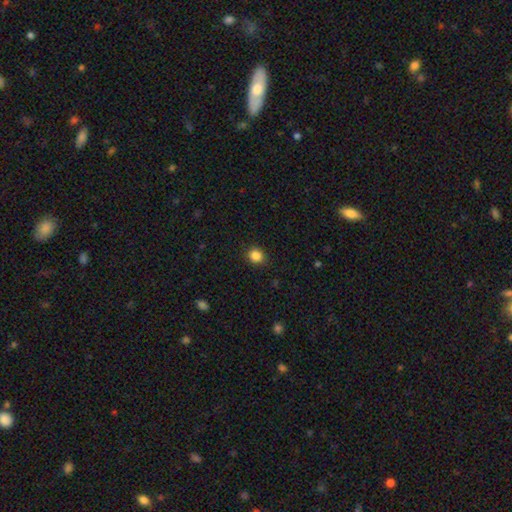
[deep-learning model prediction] Smooth or featured?
  - smooth: 86% *
  - star or artifact: 11%
  - featured or disk: 4%
How rounded?
  - round: 84% *
  - in between: 15%
  - cigar-shaped: 1%
Merging?
  - none: 91% *
  - minor disturbance: 6%
  - major disturbance: 2%
  - merger: 1%